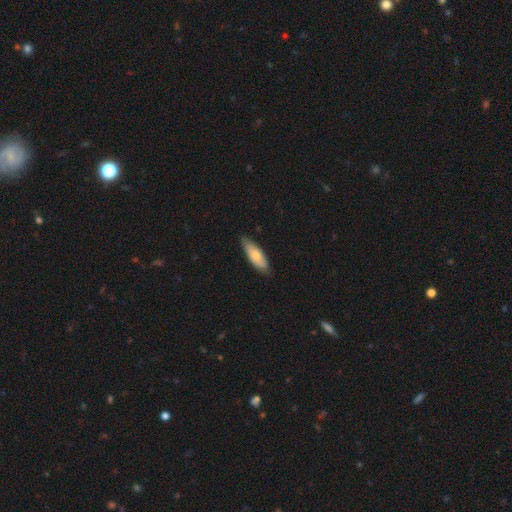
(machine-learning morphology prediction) type=smooth (70%); roundness=in between (62%); merging=none (80%).